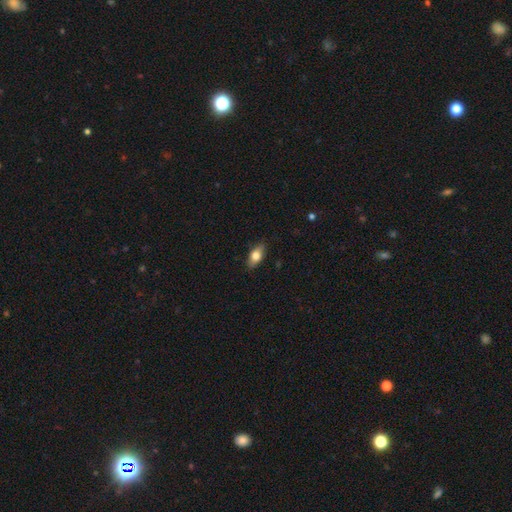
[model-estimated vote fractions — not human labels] A smooth galaxy with no disk features (72%) that is in between round and cigar-shaped (83%). Merging: none (85%).